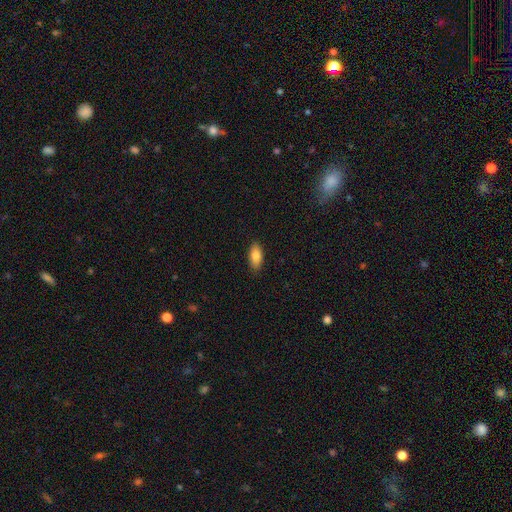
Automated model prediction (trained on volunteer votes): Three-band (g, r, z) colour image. It shows a smooth galaxy with no disk features (83%) that is in between round and cigar-shaped (87%). Merging: none (88%).